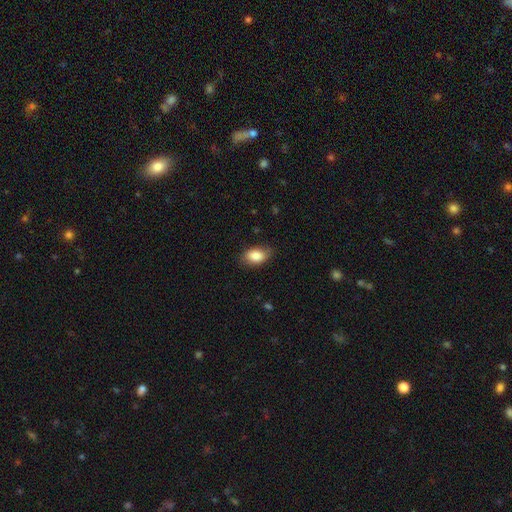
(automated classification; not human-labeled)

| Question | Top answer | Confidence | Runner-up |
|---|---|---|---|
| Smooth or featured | smooth | 83% | featured or disk (10%) |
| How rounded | in between | 89% | round (9%) |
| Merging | none | 75% | minor disturbance (20%) |